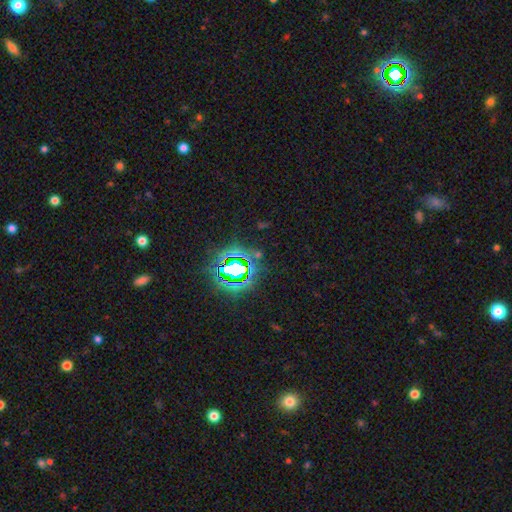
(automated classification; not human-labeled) The model was most divided on "smooth or featured": star or artifact: 77%, smooth: 15%, featured or disk: 9%.